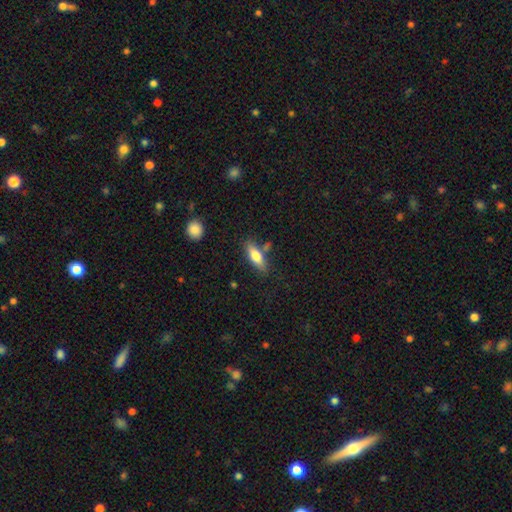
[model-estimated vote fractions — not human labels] Overall: smooth (67%). How rounded: in between (54%; cigar-shaped 43%). Merging: none (74%).